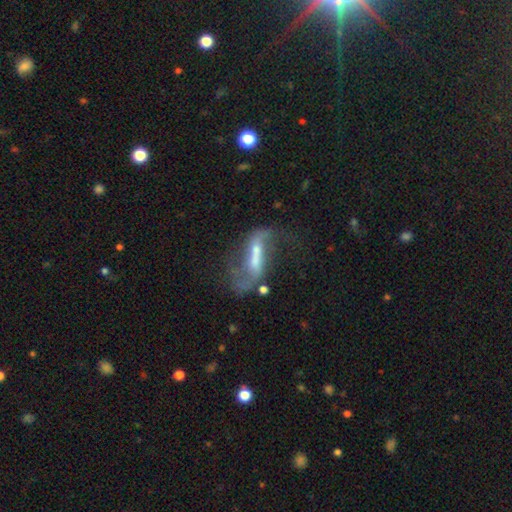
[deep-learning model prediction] Q: Smooth or featured?
A: featured or disk (78%); runner-up: smooth (14%)
Q: Edge-on disk?
A: no (89%); runner-up: yes (11%)
Q: Bar?
A: strong (50%); runner-up: weak (34%)
Q: Spiral arms?
A: yes (85%); runner-up: no (15%)
Q: Spiral winding?
A: loose (85%); runner-up: medium (11%)
Q: Spiral arm count?
A: 2 (87%); runner-up: 1 (6%)
Q: Bulge size?
A: small (38%); runner-up: moderate (33%)
Q: Merging?
A: none (44%); runner-up: major disturbance (27%)